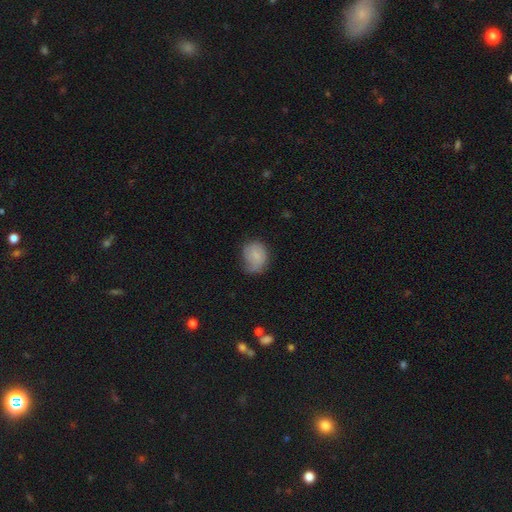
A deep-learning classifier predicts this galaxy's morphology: Smooth or featured?
  - smooth: 74% *
  - featured or disk: 18%
  - star or artifact: 8%
How rounded?
  - round: 64% *
  - in between: 35%
  - cigar-shaped: 1%
Merging?
  - none: 48% *
  - minor disturbance: 36%
  - major disturbance: 14%
  - merger: 2%